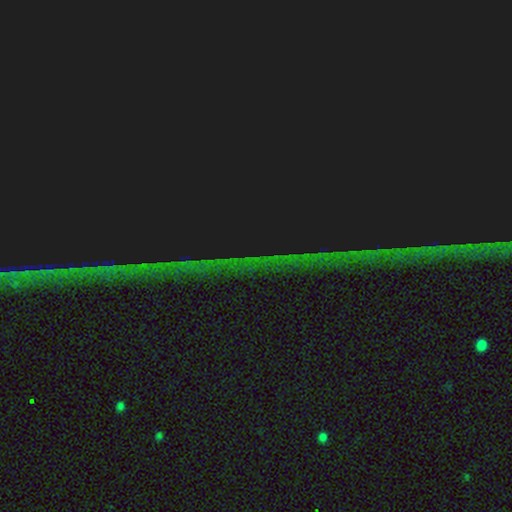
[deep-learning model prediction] A star or artifact, not a galaxy (84%).

Vote fractions:
- Smooth or featured? star or artifact: 84% / smooth: 8% / featured or disk: 8%